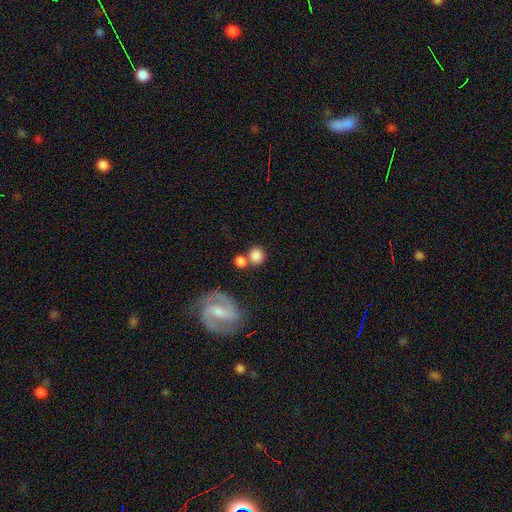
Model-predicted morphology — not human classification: The model was most divided on "merging": none: 57%, merger: 27%, minor disturbance: 11%, major disturbance: 5%. More confident: how rounded — round (84%); smooth or featured — smooth (81%).